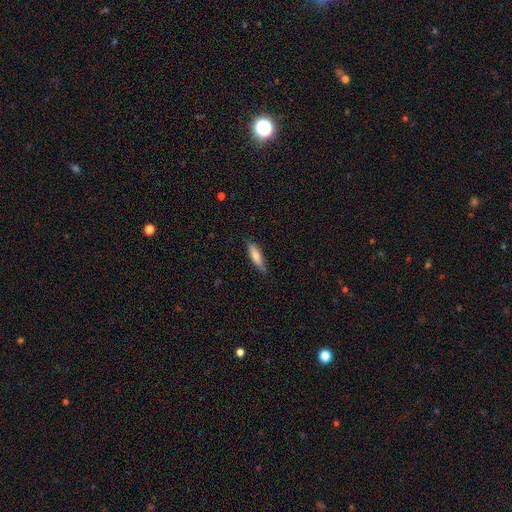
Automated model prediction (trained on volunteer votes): Smooth or featured? smooth (73%)
How rounded? cigar-shaped (66%)
Merging? none (80%)